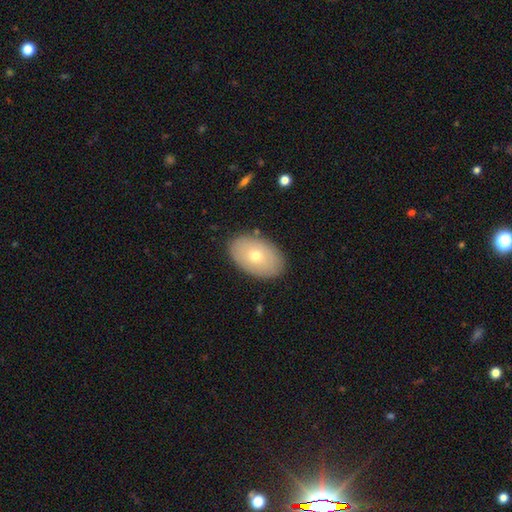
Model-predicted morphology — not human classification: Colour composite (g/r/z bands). It shows a smooth galaxy with no disk features (66%) that is in between round and cigar-shaped (89%). Merging: none (87%).